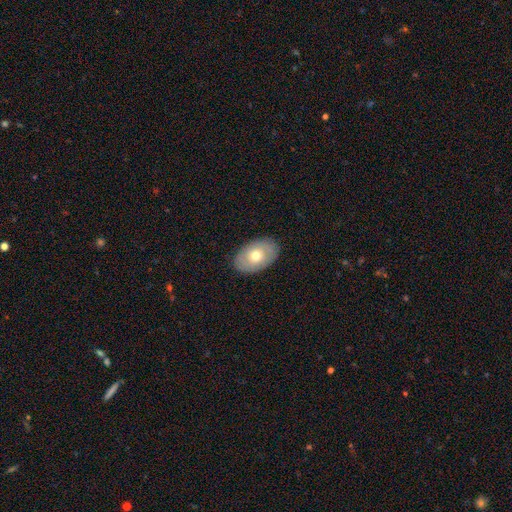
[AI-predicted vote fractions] This appears to be a smooth galaxy with no disk features (62%) that is in between round and cigar-shaped (88%). Merging: none (88%).